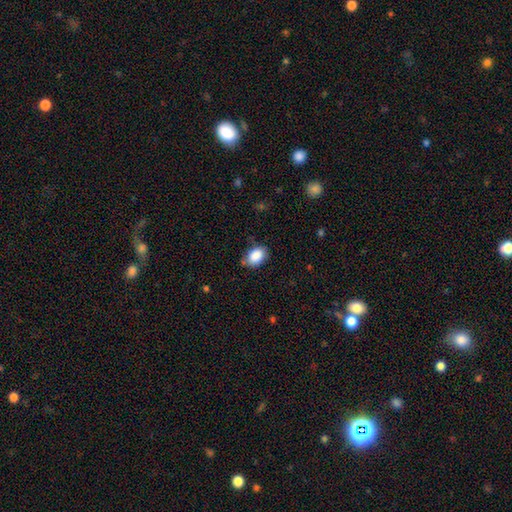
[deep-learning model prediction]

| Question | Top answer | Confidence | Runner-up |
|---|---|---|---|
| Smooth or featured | smooth | 88% | star or artifact (8%) |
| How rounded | in between | 81% | round (18%) |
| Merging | none | 72% | minor disturbance (21%) |